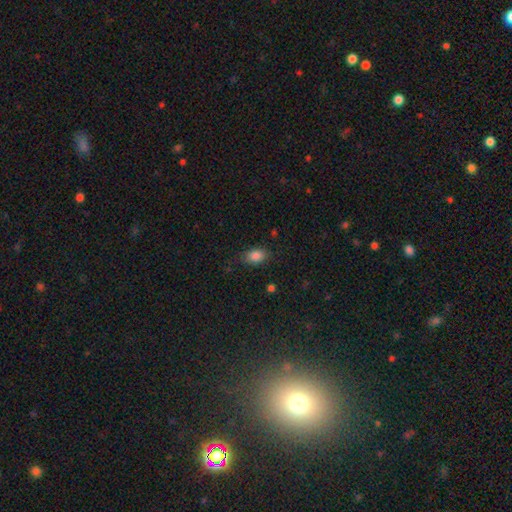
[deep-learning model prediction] Smooth or featured? smooth (85%)
How rounded? in between (83%)
Merging? none (77%)